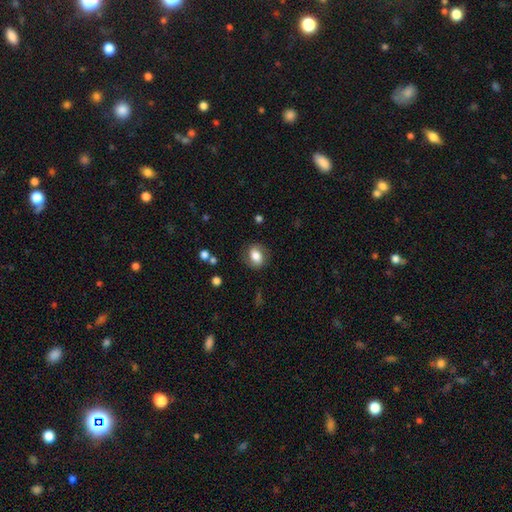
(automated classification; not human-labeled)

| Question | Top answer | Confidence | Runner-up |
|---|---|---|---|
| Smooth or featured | smooth | 71% | featured or disk (21%) |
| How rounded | in between | 59% | round (40%) |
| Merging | none | 79% | minor disturbance (14%) |